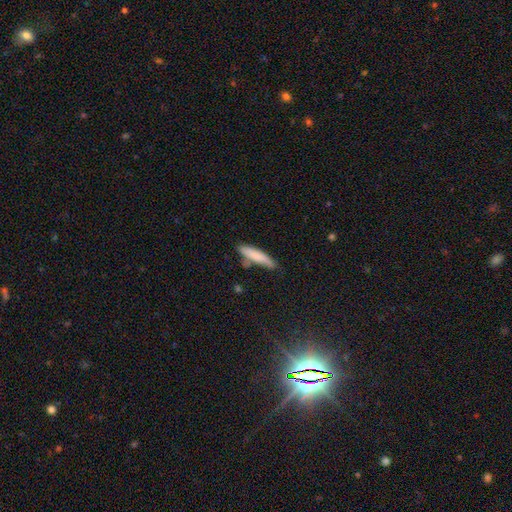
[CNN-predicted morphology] Overall: smooth (78%). How rounded: cigar-shaped (83%). Merging: none (64%).